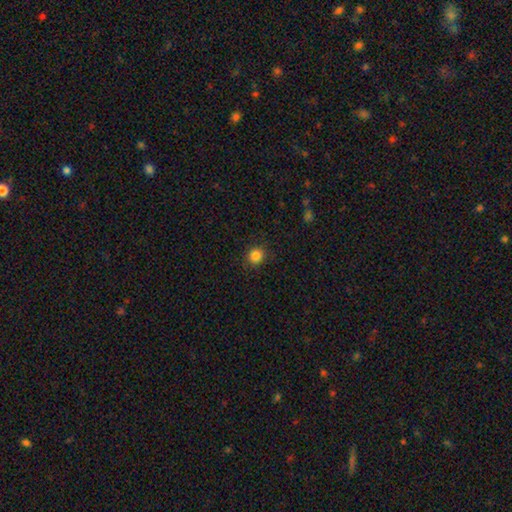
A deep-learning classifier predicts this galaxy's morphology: type=smooth (85%); roundness=round (89%); merging=none (88%).